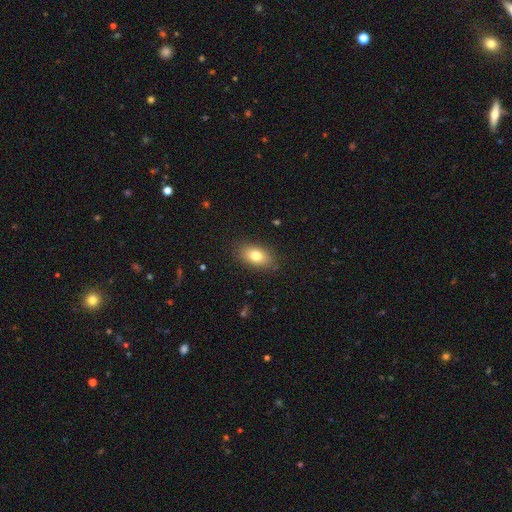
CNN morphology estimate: smooth_or_featured: smooth (p=0.79) [alt: featured or disk p=0.13]
how_rounded: in between (p=0.87) [alt: round p=0.10]
merging: none (p=0.86) [alt: minor disturbance p=0.11]